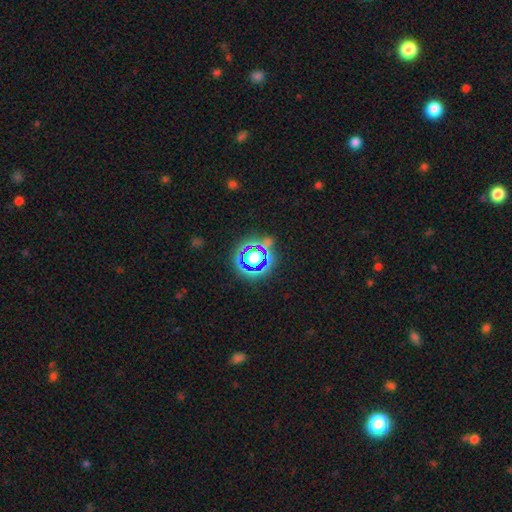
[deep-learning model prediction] This appears to be a star or artifact, not a galaxy (55%).